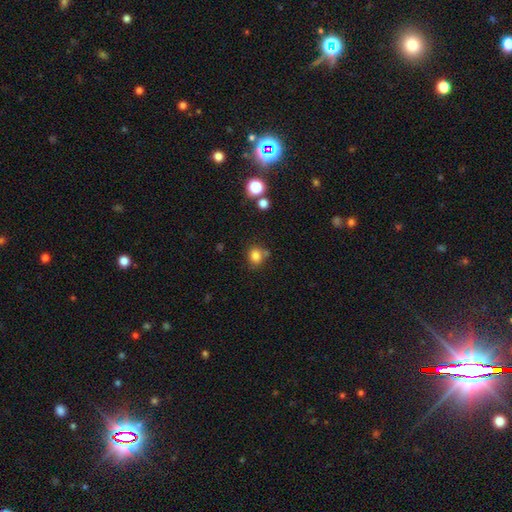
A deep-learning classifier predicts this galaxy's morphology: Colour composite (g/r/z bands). It shows a smooth galaxy with no disk features (82%) that is round (76%). Merging: none (71%).